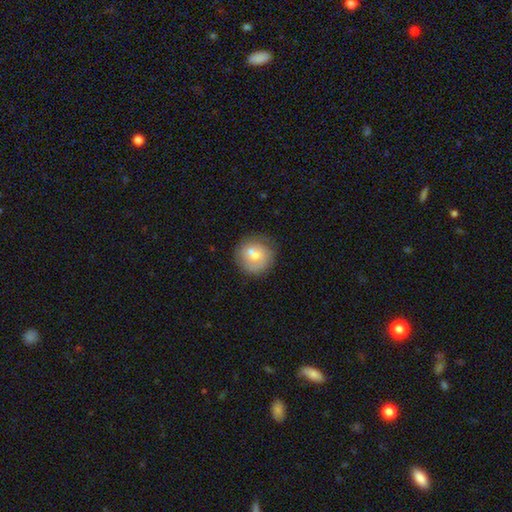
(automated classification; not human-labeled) Overall: smooth (65%; featured or disk 28%). How rounded: round (89%). Merging: none (55%; merger 26%).